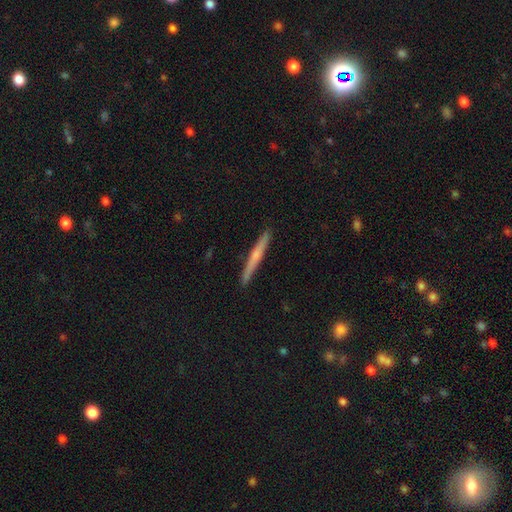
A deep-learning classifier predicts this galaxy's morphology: type=featured or disk (50%); edge-on=yes (97%); merging=none (92%).